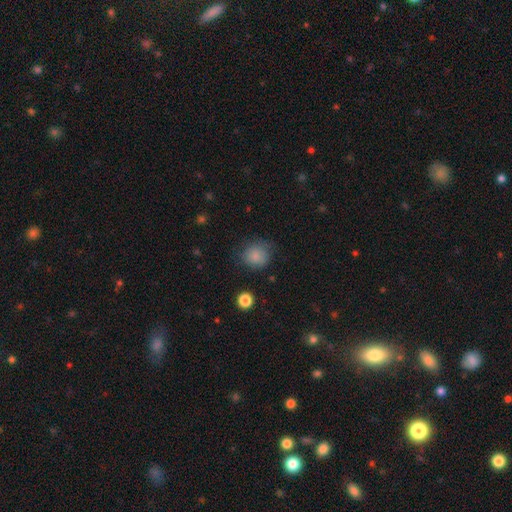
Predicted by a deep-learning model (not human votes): A smooth galaxy with no disk features (83%) that is round (85%).

Vote fractions:
- Smooth or featured? smooth: 83% / star or artifact: 11% / featured or disk: 6%
- How rounded? round: 85% / in between: 14% / cigar-shaped: 1%
- Merging? none: 73% / minor disturbance: 19% / major disturbance: 6% / merger: 2%